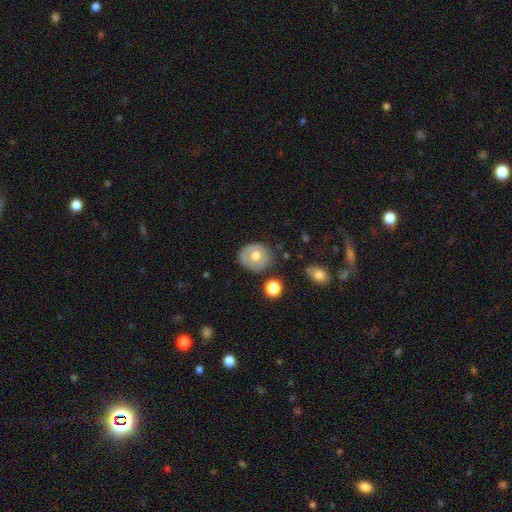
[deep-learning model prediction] A smooth galaxy with no disk features (58%) that is round (81%). Merging: none (74%).